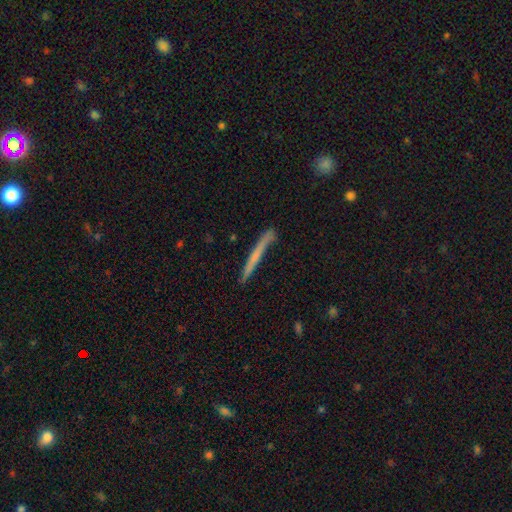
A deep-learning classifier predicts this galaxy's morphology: smooth 48%, featured or disk 45%, star or artifact 6%. Down the decision tree: merging — none (82%).